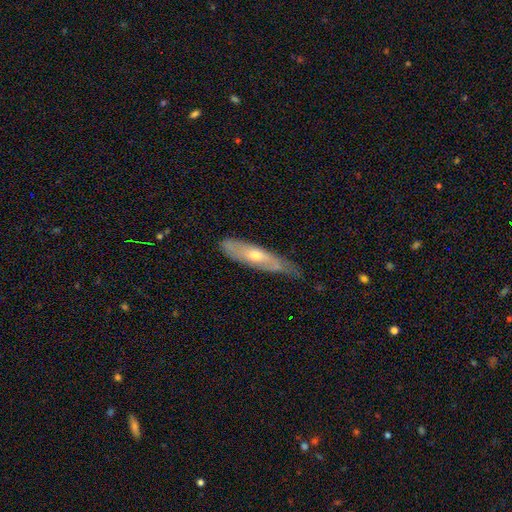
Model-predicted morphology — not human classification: Q: Smooth or featured?
A: featured or disk (57%); runner-up: smooth (37%)
Q: Edge-on disk?
A: no (53%); runner-up: yes (47%)
Q: Merging?
A: none (55%); runner-up: minor disturbance (35%)